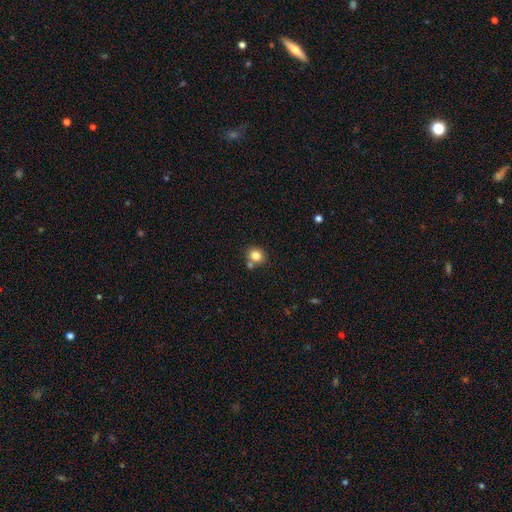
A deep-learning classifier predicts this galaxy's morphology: Smooth or featured? Predicted: smooth (p=0.81). How rounded? Predicted: round (p=0.77). Merging? Predicted: none (p=0.69).